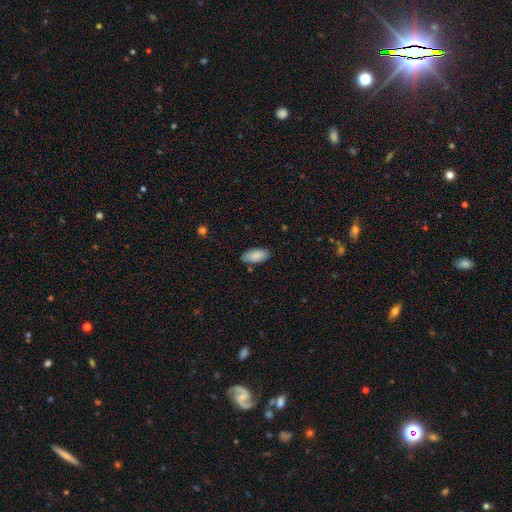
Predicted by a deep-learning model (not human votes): Smooth or featured? smooth (88%)
How rounded? in between (91%)
Merging? none (83%)